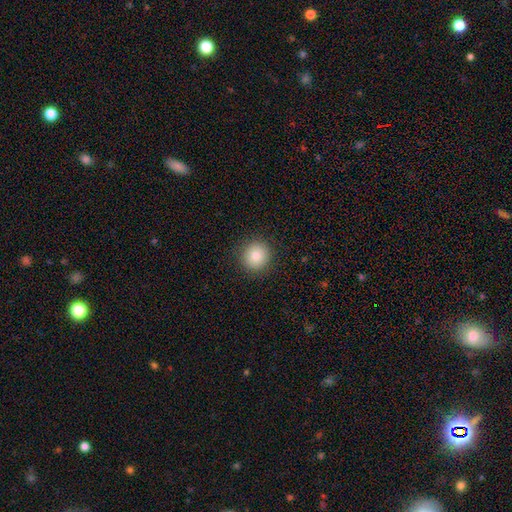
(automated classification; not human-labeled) Smooth or featured? Predicted: smooth (p=0.82). How rounded? Predicted: round (p=0.94). Merging? Predicted: none (p=0.91).